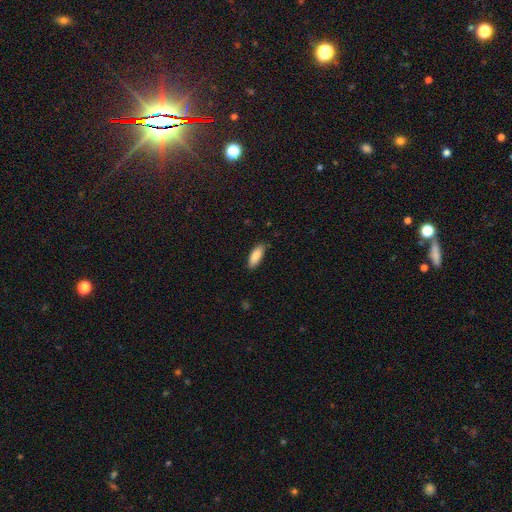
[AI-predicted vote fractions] Smooth or featured? Predicted: smooth (p=0.87). How rounded? Predicted: in between (p=0.70). Merging? Predicted: none (p=0.85).